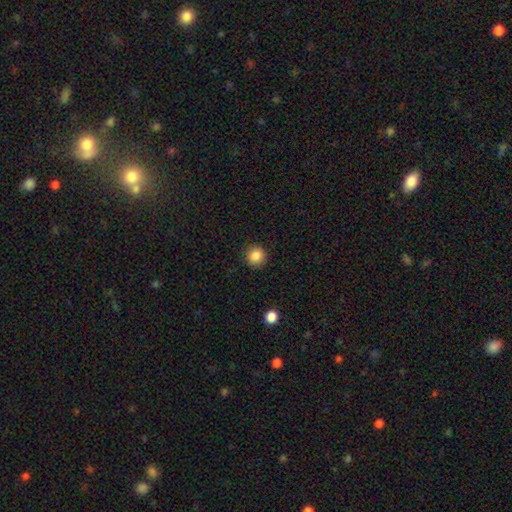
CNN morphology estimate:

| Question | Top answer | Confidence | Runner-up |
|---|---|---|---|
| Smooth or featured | smooth | 87% | star or artifact (10%) |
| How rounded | round | 93% | in between (6%) |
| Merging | none | 89% | minor disturbance (7%) |